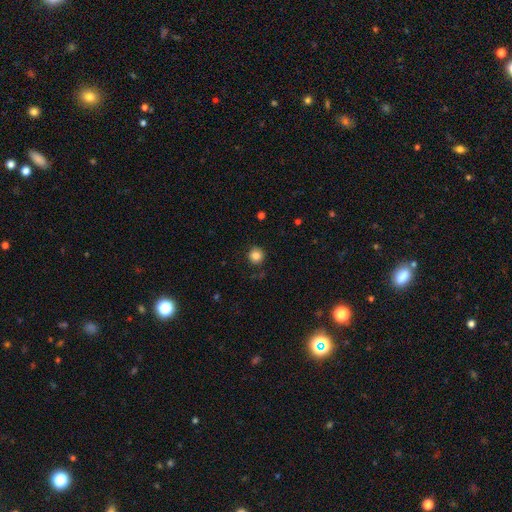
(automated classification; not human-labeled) smooth_or_featured: smooth (p=0.84) [alt: star or artifact p=0.11]
how_rounded: round (p=0.93) [alt: in between p=0.06]
merging: none (p=0.85) [alt: minor disturbance p=0.10]